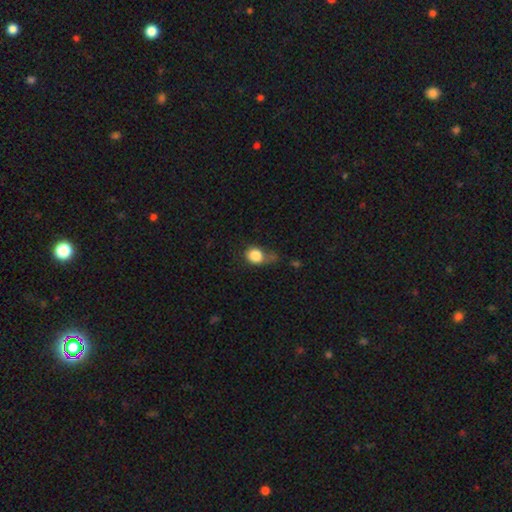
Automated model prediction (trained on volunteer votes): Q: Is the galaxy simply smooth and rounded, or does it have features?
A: smooth — 83%.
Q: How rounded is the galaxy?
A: round — 65%.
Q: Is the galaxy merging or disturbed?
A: minor disturbance — 34%.